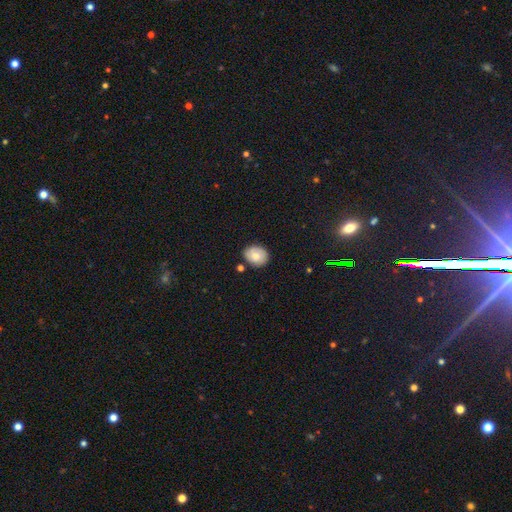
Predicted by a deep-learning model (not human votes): A smooth galaxy with no disk features (74%) that is in between round and cigar-shaped (53%).

Vote fractions:
- Smooth or featured? smooth: 74% / featured or disk: 17% / star or artifact: 8%
- How rounded? in between: 53% / round: 46% / cigar-shaped: 1%
- Merging? none: 78% / minor disturbance: 16% / merger: 4% / major disturbance: 3%